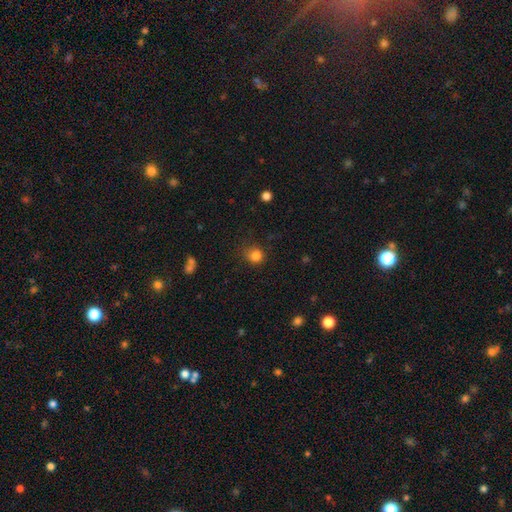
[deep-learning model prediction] This is clearly a smooth galaxy (83%). How rounded: clearly round (80%). Merging: likely none (69%).